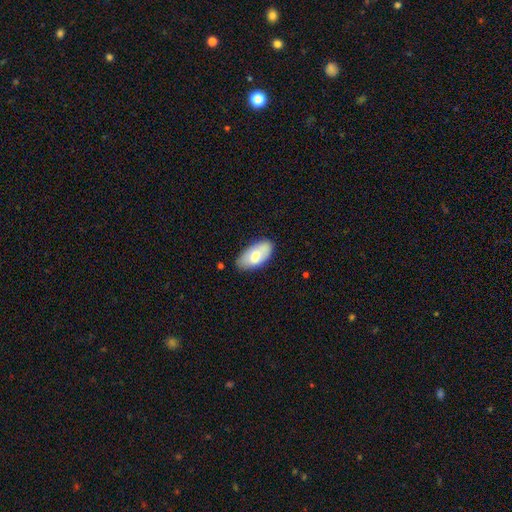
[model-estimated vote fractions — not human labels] This appears to be a smooth galaxy with no disk features (75%) that is in between round and cigar-shaped (94%). Merging: none (76%).